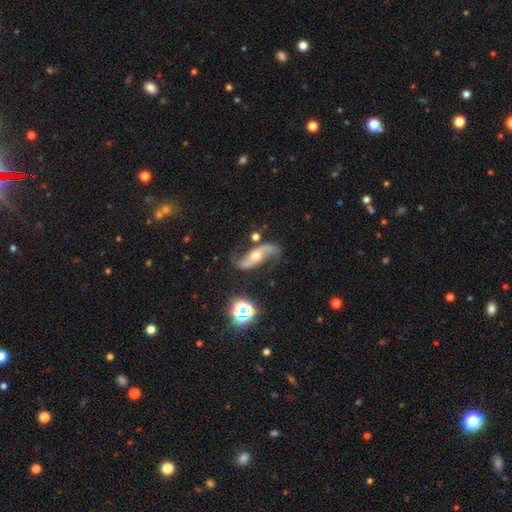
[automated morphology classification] This appears to be a featured or disk galaxy (85%) with no bar (53%), 2 (93%) loose (75%) spiral arms (96%) and a moderate central bulge (69%). Merging: none (70%).